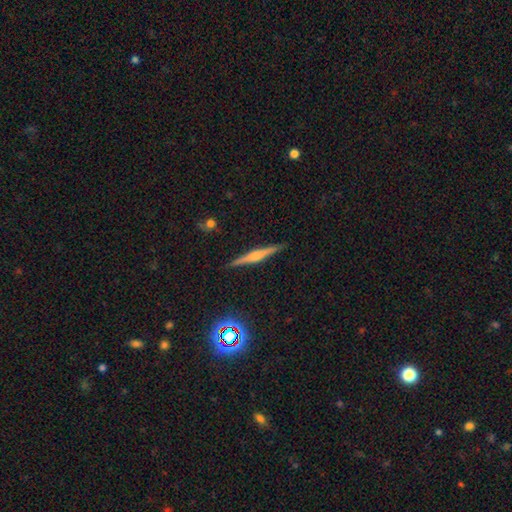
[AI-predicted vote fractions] This is likely a featured or disk galaxy (66%). It is clearly viewed edge-on (98%). Edge-on bulge: likely rounded (69%). Merging: clearly none (91%).